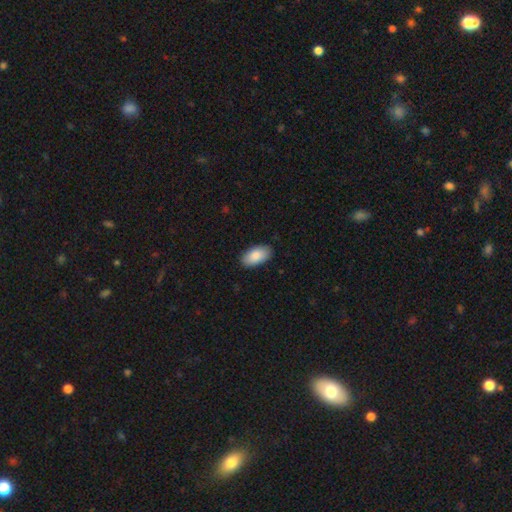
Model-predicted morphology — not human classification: This is clearly a smooth galaxy (88%). How rounded: clearly in between (95%). Merging: clearly none (87%).